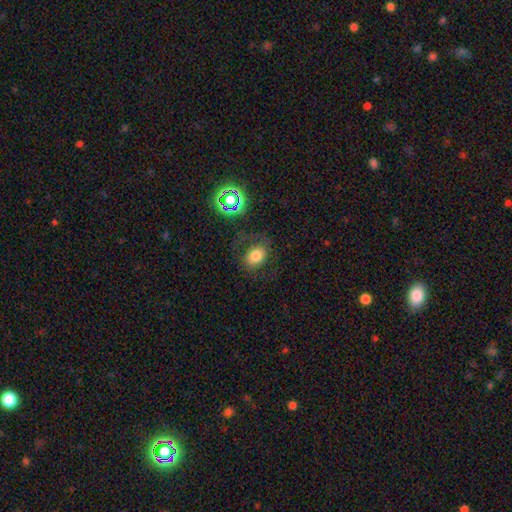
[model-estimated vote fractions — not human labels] This is likely a smooth galaxy (68%). How rounded: possibly in between (57%). Merging: likely none (66%).